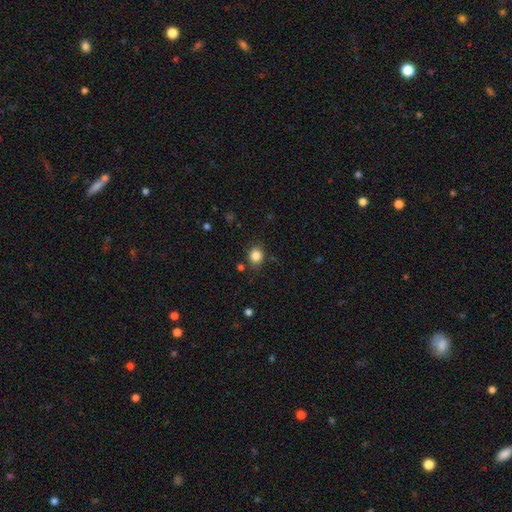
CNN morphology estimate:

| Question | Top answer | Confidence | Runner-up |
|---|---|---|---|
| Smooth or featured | smooth | 84% | star or artifact (11%) |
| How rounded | round | 72% | in between (28%) |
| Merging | none | 82% | minor disturbance (12%) |